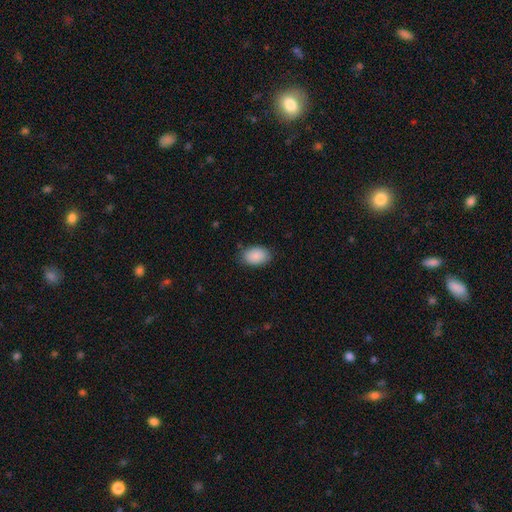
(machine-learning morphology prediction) type=smooth (89%); roundness=in between (88%); merging=none (83%).